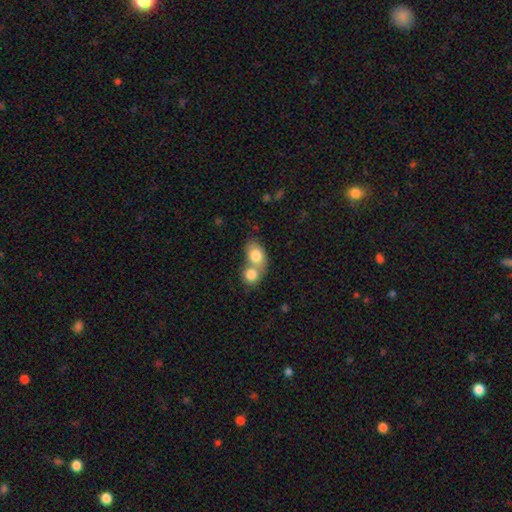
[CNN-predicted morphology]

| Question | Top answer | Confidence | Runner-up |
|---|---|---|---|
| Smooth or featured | smooth | 79% | featured or disk (14%) |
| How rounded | in between | 66% | round (32%) |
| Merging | merger | 65% | none (26%) |